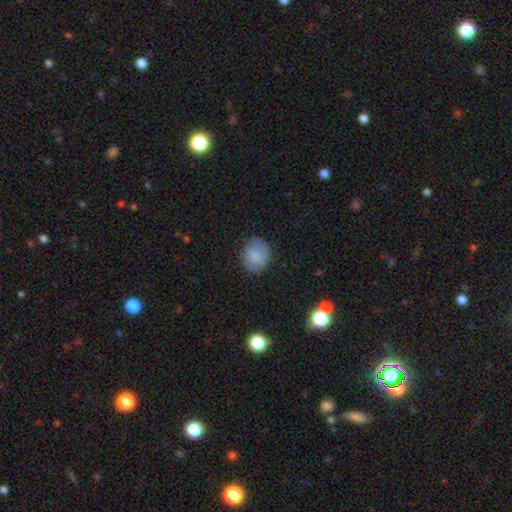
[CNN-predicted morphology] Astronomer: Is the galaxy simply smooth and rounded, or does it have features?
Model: smooth — 82%.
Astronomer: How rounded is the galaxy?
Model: round — 69%.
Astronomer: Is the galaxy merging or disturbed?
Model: none — 83%.